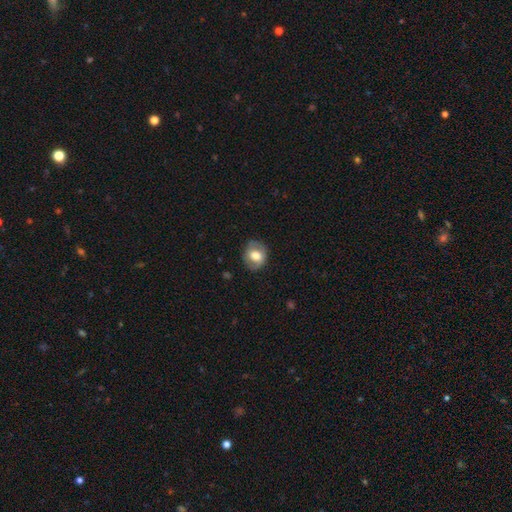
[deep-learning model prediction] smooth_or_featured: smooth (p=0.60) [alt: featured or disk p=0.32]
how_rounded: round (p=0.58) [alt: in between p=0.41]
merging: none (p=0.78) [alt: minor disturbance p=0.15]